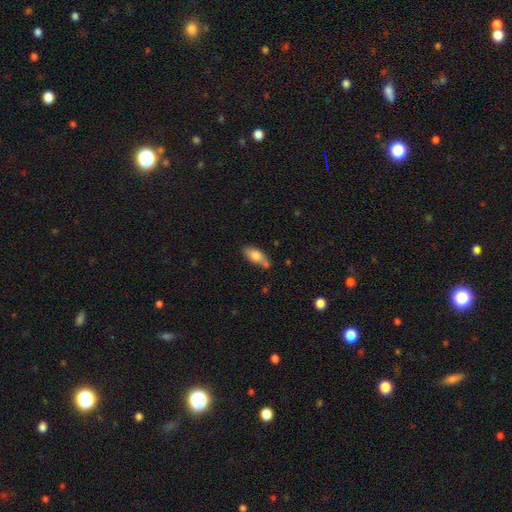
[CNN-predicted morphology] This appears to be a smooth galaxy with no disk features (77%) that is in between round and cigar-shaped (85%). Merging: none (63%).